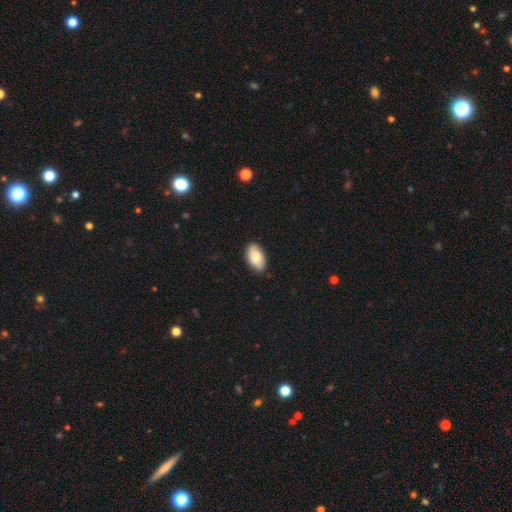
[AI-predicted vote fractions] A smooth galaxy with no disk features (82%) that is in between round and cigar-shaped (95%). Merging: none (87%).